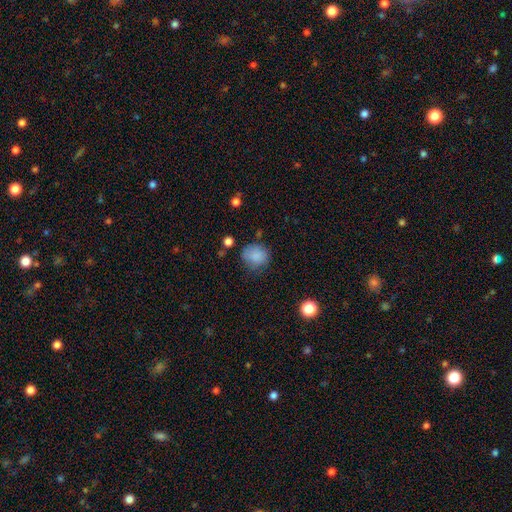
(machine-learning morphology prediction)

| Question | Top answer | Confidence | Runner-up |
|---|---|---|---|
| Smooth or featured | smooth | 85% | star or artifact (9%) |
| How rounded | round | 78% | in between (21%) |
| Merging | none | 69% | minor disturbance (21%) |